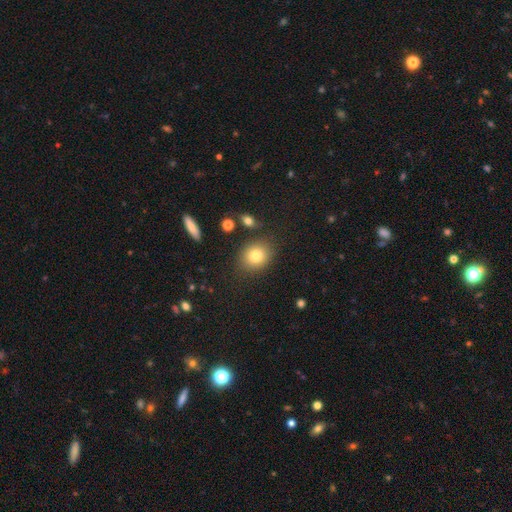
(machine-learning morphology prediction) smooth-or-featured: smooth: 78% | star or artifact: 12% | featured or disk: 10%
  how-rounded: round: 63% | in between: 36% | cigar-shaped: 1%
  merging: none: 82% | minor disturbance: 11% | major disturbance: 4% | merger: 3%